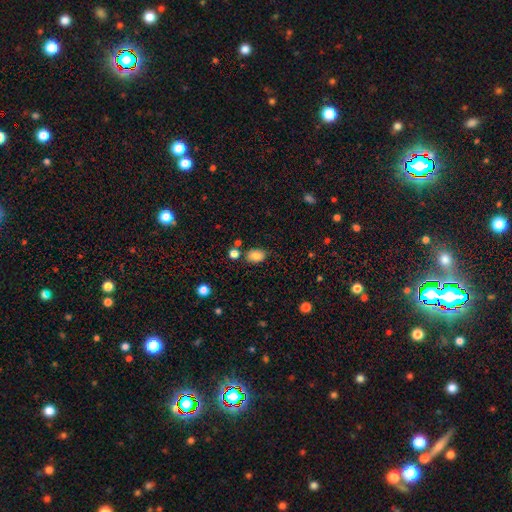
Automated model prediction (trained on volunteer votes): smooth_or_featured: smooth (p=0.84) [alt: star or artifact p=0.10]
how_rounded: in between (p=0.78) [alt: round p=0.21]
merging: none (p=0.75) [alt: minor disturbance p=0.14]